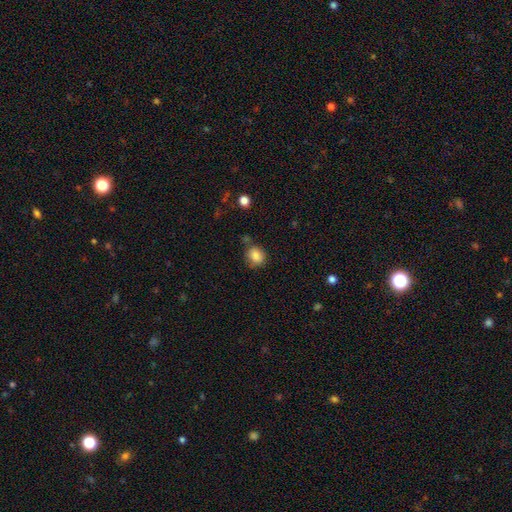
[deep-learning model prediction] smooth_or_featured: smooth (p=0.85) [alt: star or artifact p=0.09]
how_rounded: round (p=0.64) [alt: in between p=0.35]
merging: none (p=0.67) [alt: minor disturbance p=0.20]